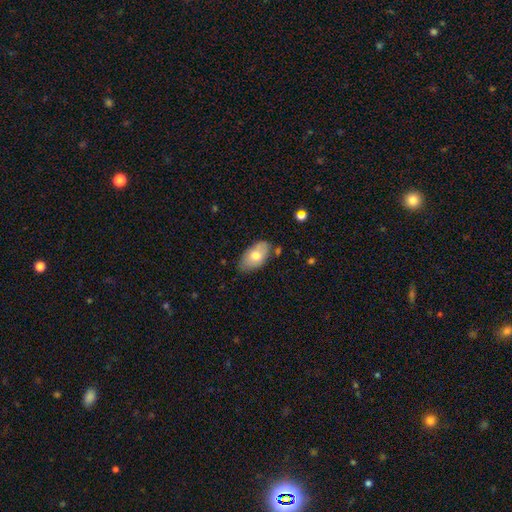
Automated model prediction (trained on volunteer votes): Overall: smooth (72%). How rounded: in between (94%). Merging: none (74%).